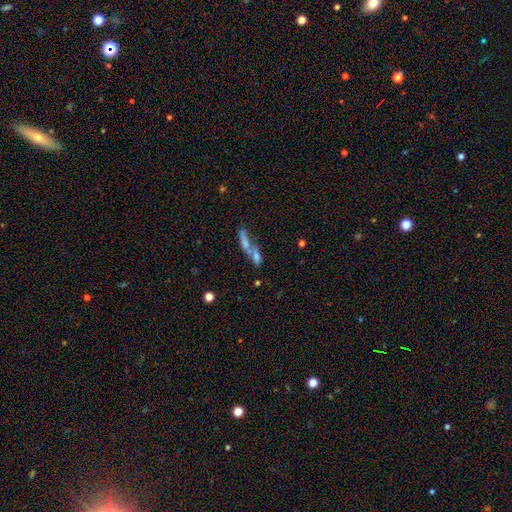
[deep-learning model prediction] Smooth or featured: smooth — 44% (featured or disk — 40%)
Merging: merger — 56% (none — 27%)